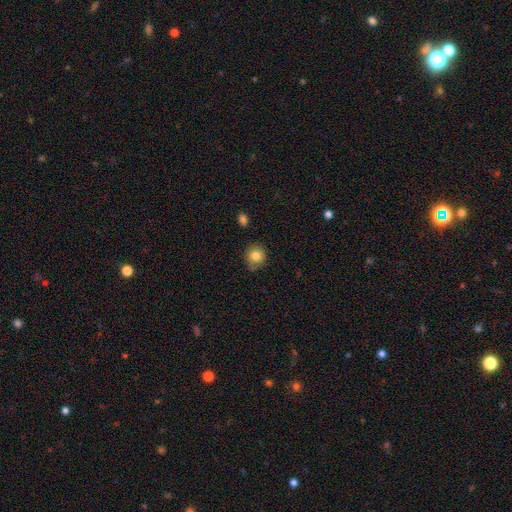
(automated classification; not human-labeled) The model was most divided on "merging": none: 79%, minor disturbance: 16%, major disturbance: 3%, merger: 3%. More confident: how rounded — round (87%); smooth or featured — smooth (83%).